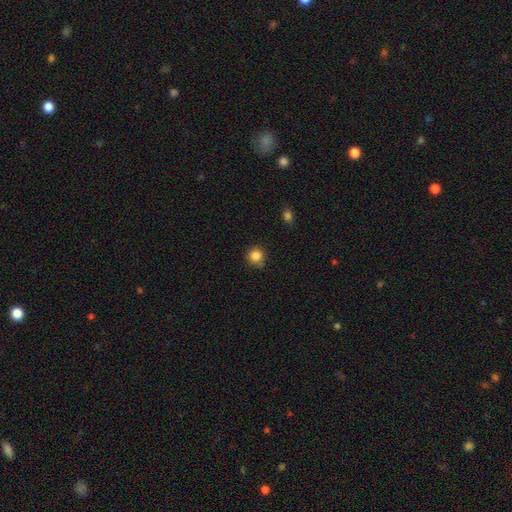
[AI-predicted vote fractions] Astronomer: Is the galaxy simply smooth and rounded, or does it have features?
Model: smooth — 85%.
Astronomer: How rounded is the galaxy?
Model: round — 93%.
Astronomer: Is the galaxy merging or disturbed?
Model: none — 78%.